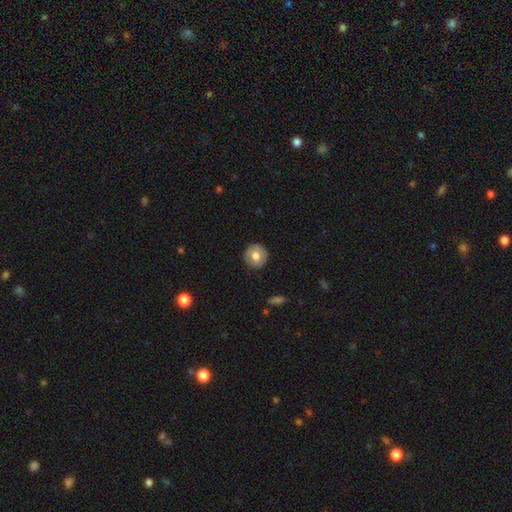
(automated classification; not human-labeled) smooth_or_featured: smooth (p=0.67) [alt: featured or disk p=0.26]
how_rounded: round (p=0.91) [alt: in between p=0.08]
merging: none (p=0.86) [alt: minor disturbance p=0.11]